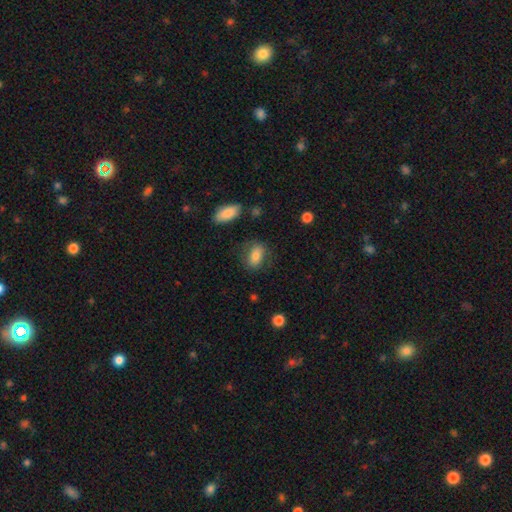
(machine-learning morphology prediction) Q: Smooth or featured?
A: smooth (76%); runner-up: featured or disk (16%)
Q: How rounded?
A: in between (82%); runner-up: round (14%)
Q: Merging?
A: none (72%); runner-up: minor disturbance (18%)